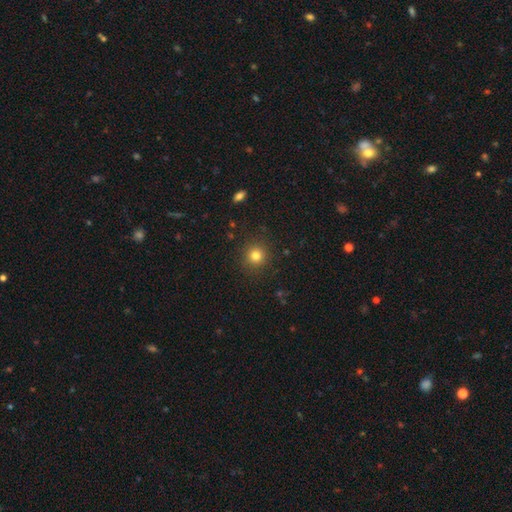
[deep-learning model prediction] smooth 80%, star or artifact 13%, featured or disk 6%. Down the decision tree: how rounded — round (93%); merging — none (90%).